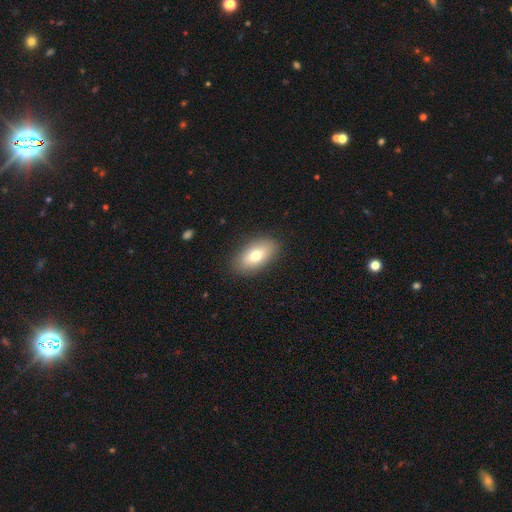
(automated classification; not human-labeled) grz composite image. It shows a smooth galaxy with no disk features (74%) that is in between round and cigar-shaped (91%). Merging: none (88%).